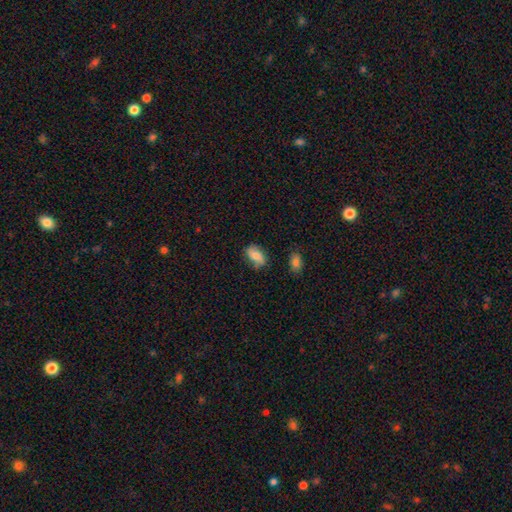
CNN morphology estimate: Smooth or featured: smooth — 74% (featured or disk — 18%)
How rounded: in between — 88% (round — 8%)
Merging: none — 67% (minor disturbance — 24%)